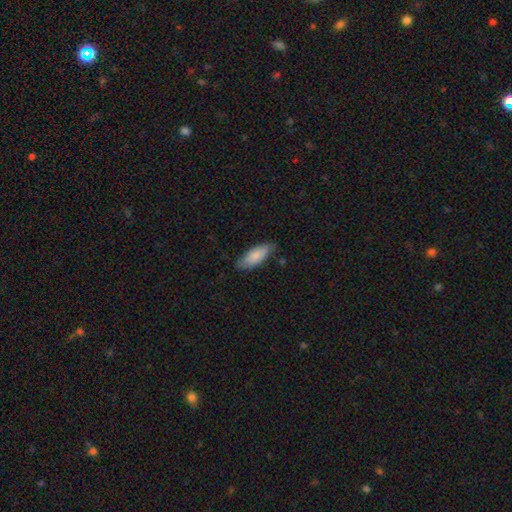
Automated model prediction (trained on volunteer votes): The model was most divided on "merging": none: 75%, minor disturbance: 20%, major disturbance: 3%, merger: 1%. More confident: smooth or featured — smooth (84%); how rounded — in between (77%).